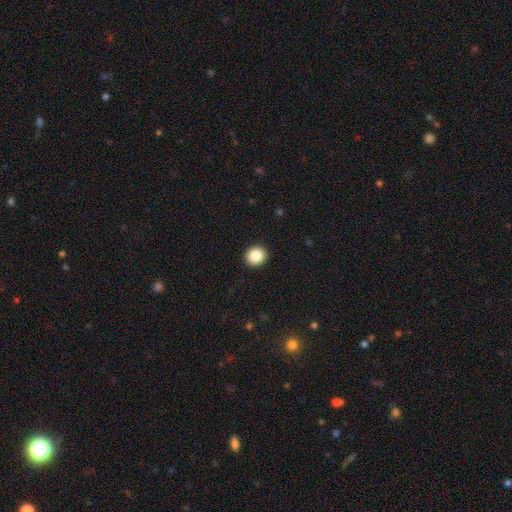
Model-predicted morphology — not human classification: Smooth or featured?
  - smooth: 85% *
  - star or artifact: 9%
  - featured or disk: 6%
How rounded?
  - round: 86% *
  - in between: 14%
  - cigar-shaped: 1%
Merging?
  - none: 93% *
  - minor disturbance: 5%
  - major disturbance: 2%
  - merger: 1%